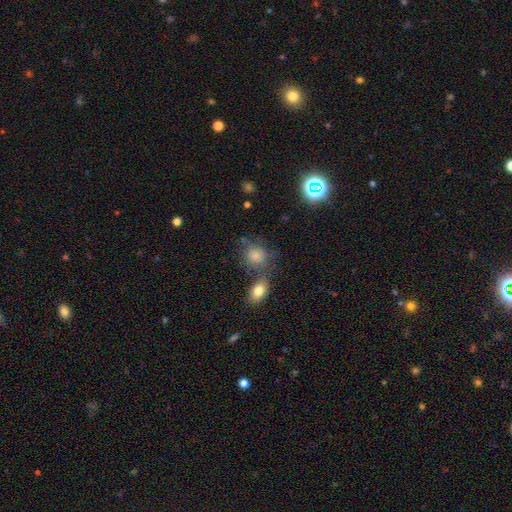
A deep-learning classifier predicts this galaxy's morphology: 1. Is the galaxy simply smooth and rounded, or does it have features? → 78% smooth, 11% star or artifact, 11% featured or disk.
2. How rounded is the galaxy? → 68% round, 30% in between, 2% cigar-shaped.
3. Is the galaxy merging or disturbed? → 50% none, 22% merger, 19% minor disturbance, 9% major disturbance.